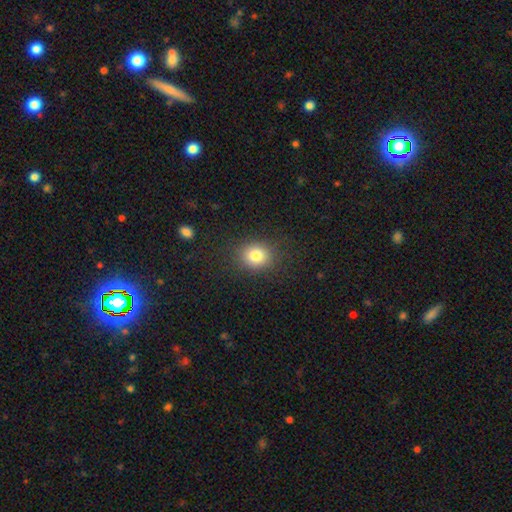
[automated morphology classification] Overall: smooth (81%). How rounded: round (70%). Merging: none (86%).